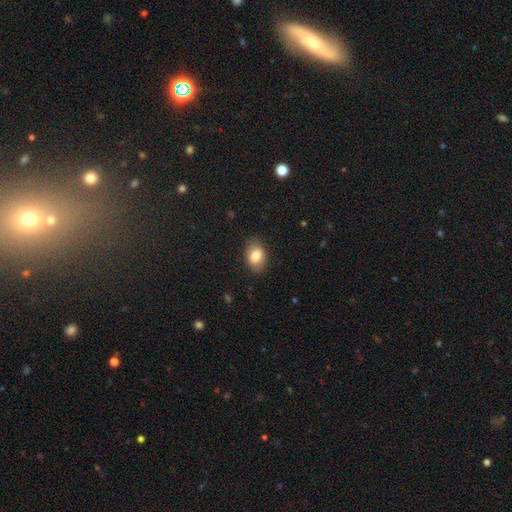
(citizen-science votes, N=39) Overall: smooth (90%). How rounded: in between (66%; round 31%). Merging: none (76%).